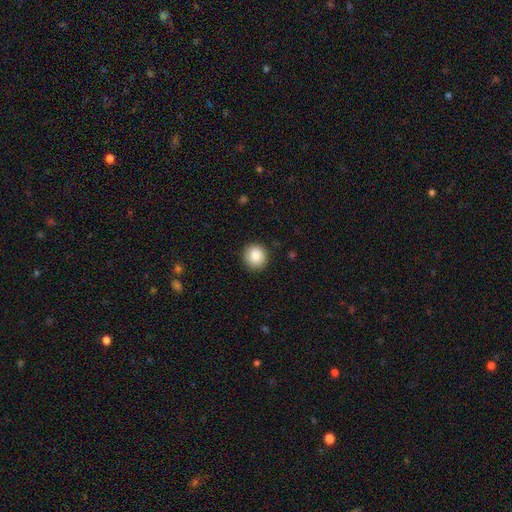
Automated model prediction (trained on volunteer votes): Q: Smooth or featured?
A: smooth (86%); runner-up: star or artifact (8%)
Q: How rounded?
A: round (92%); runner-up: in between (8%)
Q: Merging?
A: none (91%); runner-up: minor disturbance (7%)